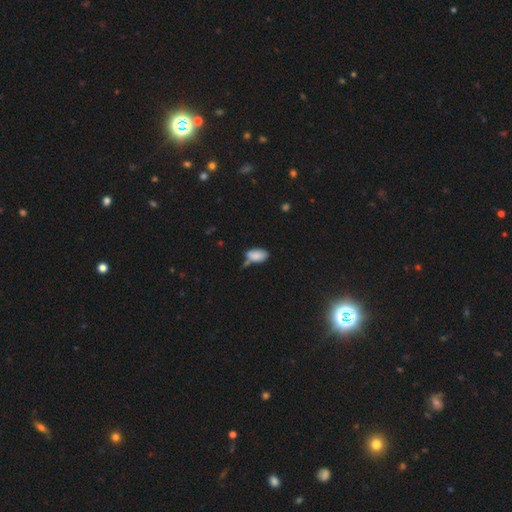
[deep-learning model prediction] Overall: smooth (85%). How rounded: in between (93%). Merging: none (50%; minor disturbance 28%).